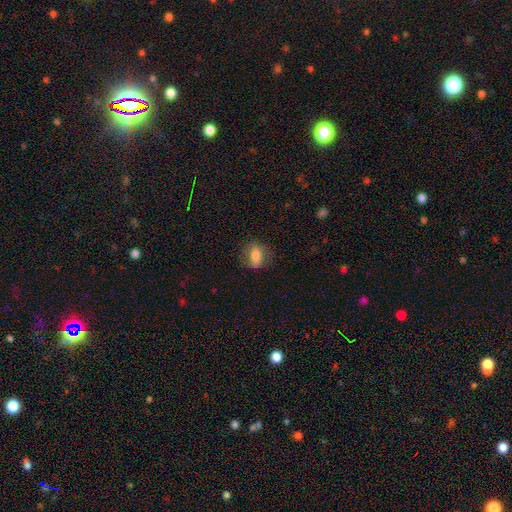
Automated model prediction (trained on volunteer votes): Smooth or featured? smooth (69%)
How rounded? in between (72%)
Merging? none (71%)